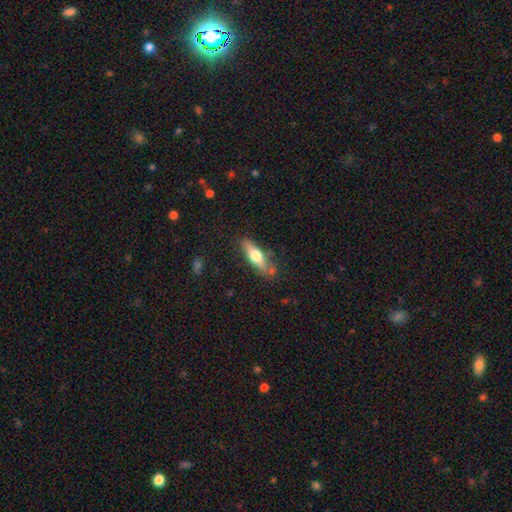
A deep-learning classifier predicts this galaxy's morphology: A smooth galaxy with no disk features (54%) that is cigar-shaped (58%).

Vote fractions:
- Smooth or featured? smooth: 54% / featured or disk: 40% / star or artifact: 6%
- How rounded? cigar-shaped: 58% / in between: 39% / round: 3%
- Merging? none: 77% / minor disturbance: 16% / major disturbance: 4% / merger: 4%